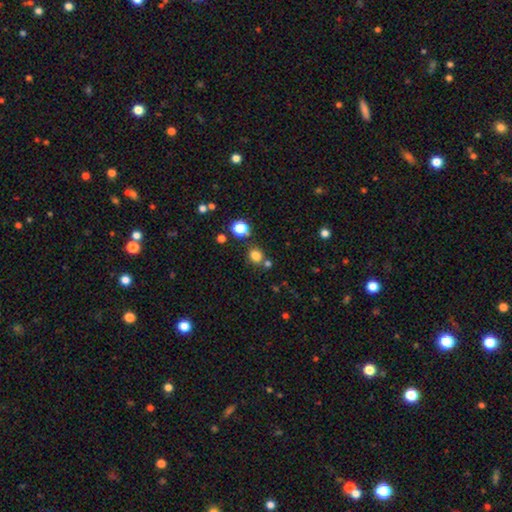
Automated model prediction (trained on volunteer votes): A smooth galaxy with no disk features (79%) that is round (79%). Merging: none (74%).